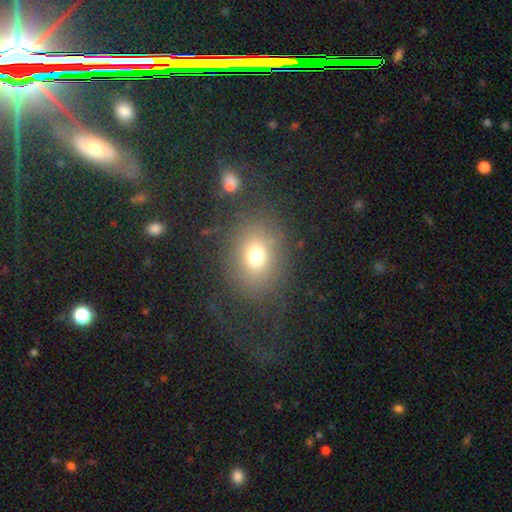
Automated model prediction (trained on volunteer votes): Overall: smooth (68%). How rounded: round (53%; in between 46%). Merging: none (74%).